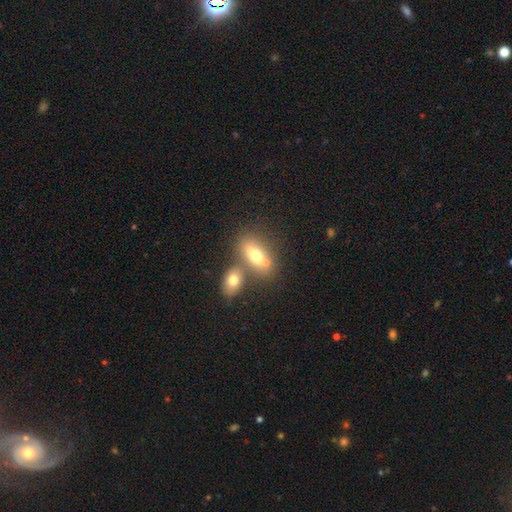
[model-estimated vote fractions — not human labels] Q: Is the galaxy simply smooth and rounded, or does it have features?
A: smooth — 68%.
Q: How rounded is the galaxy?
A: in between — 82%.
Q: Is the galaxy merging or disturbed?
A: none — 43%.